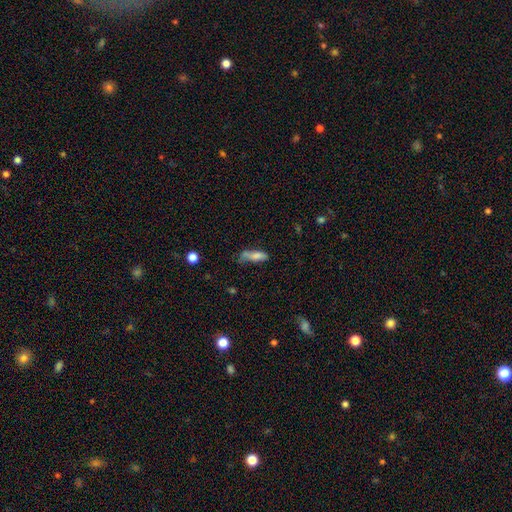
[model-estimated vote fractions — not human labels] smooth 73%, featured or disk 19%, star or artifact 9%. Down the decision tree: how rounded — in between (51%); merging — none (36%).